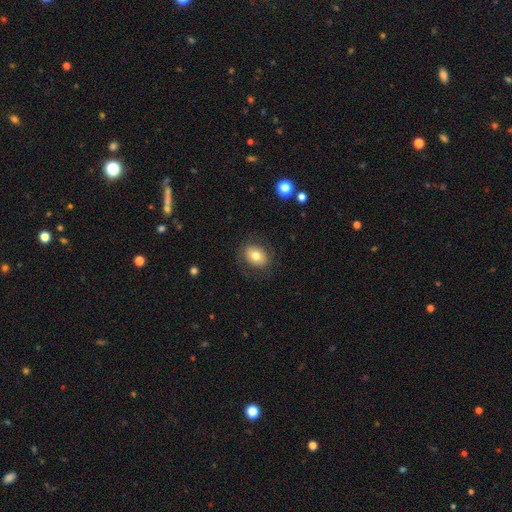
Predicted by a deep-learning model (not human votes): smooth-or-featured: smooth: 75% | featured or disk: 16% | star or artifact: 9%
  how-rounded: in between: 62% | round: 37% | cigar-shaped: 1%
  merging: none: 83% | minor disturbance: 11% | major disturbance: 5% | merger: 1%